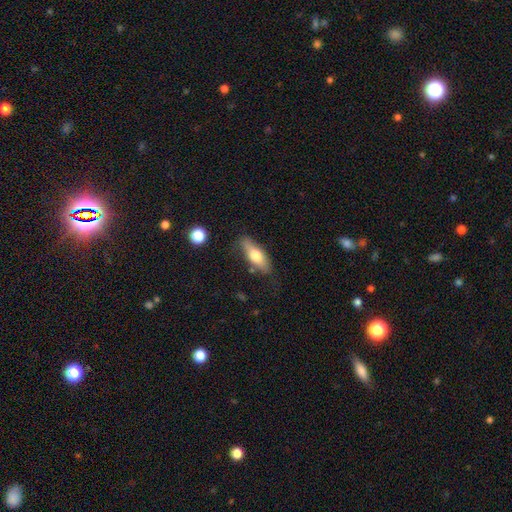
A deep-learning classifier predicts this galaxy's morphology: This is likely a smooth galaxy (63%). How rounded: likely in between (62%). Merging: likely none (74%).